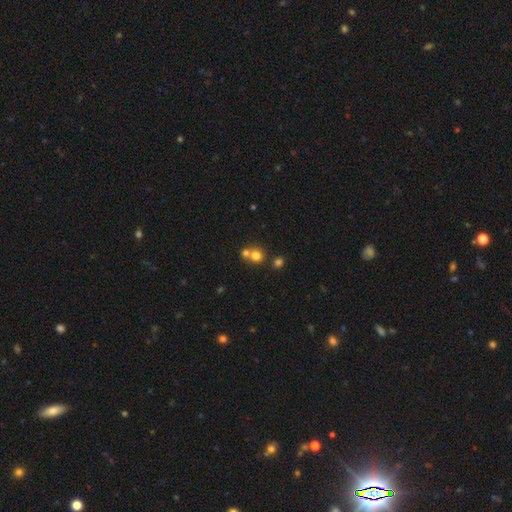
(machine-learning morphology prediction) The model was most divided on "merging": none: 47%, merger: 45%, minor disturbance: 6%, major disturbance: 2%. More confident: how rounded — round (85%); smooth or featured — smooth (75%).